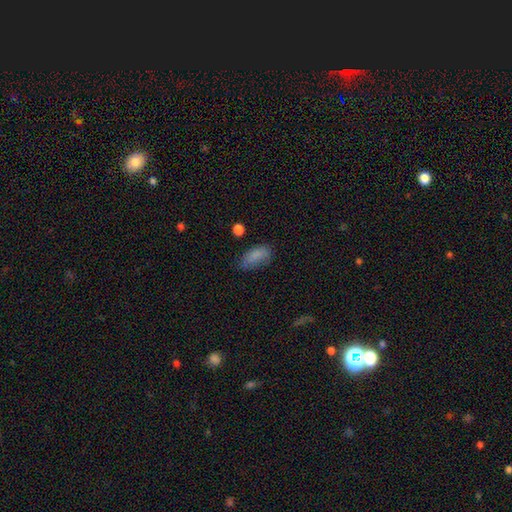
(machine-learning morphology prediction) A smooth galaxy with no disk features (84%) that is in between round and cigar-shaped (88%).

Vote fractions:
- Smooth or featured? smooth: 84% / star or artifact: 9% / featured or disk: 7%
- How rounded? in between: 88% / cigar-shaped: 8% / round: 3%
- Merging? none: 67% / minor disturbance: 24% / major disturbance: 7% / merger: 2%